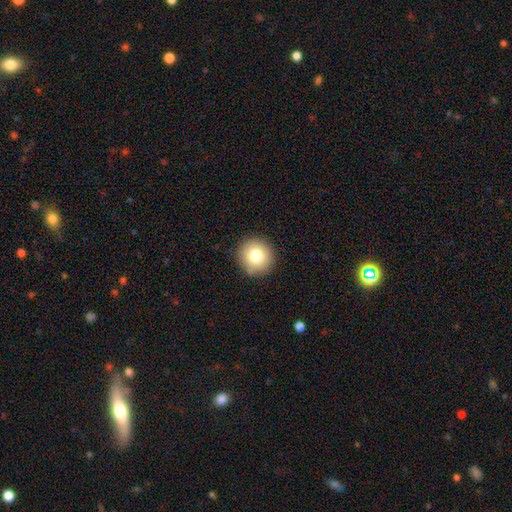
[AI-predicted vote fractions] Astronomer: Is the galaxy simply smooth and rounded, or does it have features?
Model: smooth — 79%.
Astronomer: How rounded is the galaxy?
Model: round — 92%.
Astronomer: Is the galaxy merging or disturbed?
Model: none — 88%.